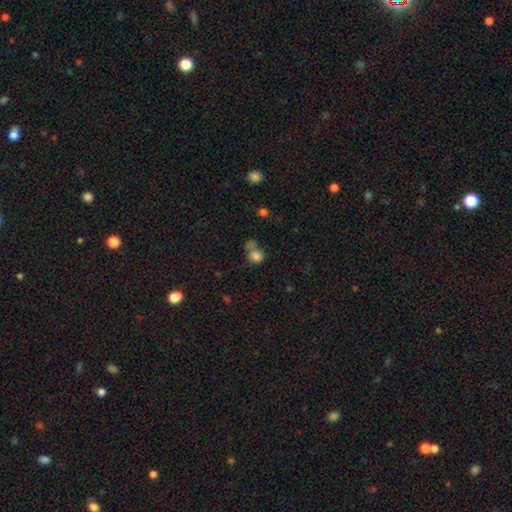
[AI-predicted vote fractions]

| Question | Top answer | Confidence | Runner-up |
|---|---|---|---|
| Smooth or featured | smooth | 80% | star or artifact (12%) |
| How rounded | round | 78% | in between (21%) |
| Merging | none | 41% | merger (36%) |